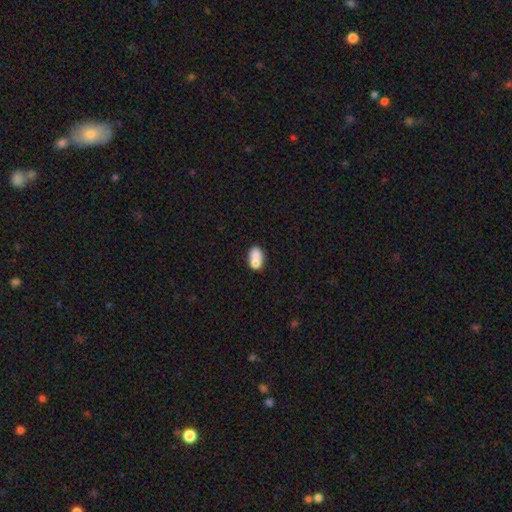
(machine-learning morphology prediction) smooth-or-featured: smooth: 75% | featured or disk: 17% | star or artifact: 9%
  how-rounded: in between: 79% | round: 19% | cigar-shaped: 2%
  merging: merger: 44% | none: 36% | minor disturbance: 15% | major disturbance: 6%